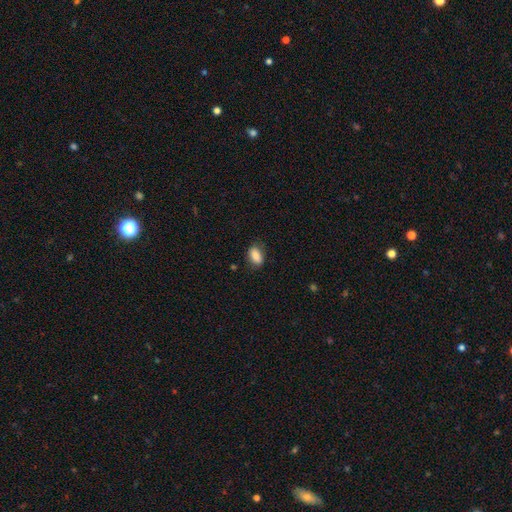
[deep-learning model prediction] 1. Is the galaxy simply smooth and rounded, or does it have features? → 86% smooth, 7% star or artifact, 6% featured or disk.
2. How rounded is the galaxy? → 87% in between, 10% round, 4% cigar-shaped.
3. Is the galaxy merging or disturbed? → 78% none, 17% minor disturbance, 4% major disturbance, 1% merger.